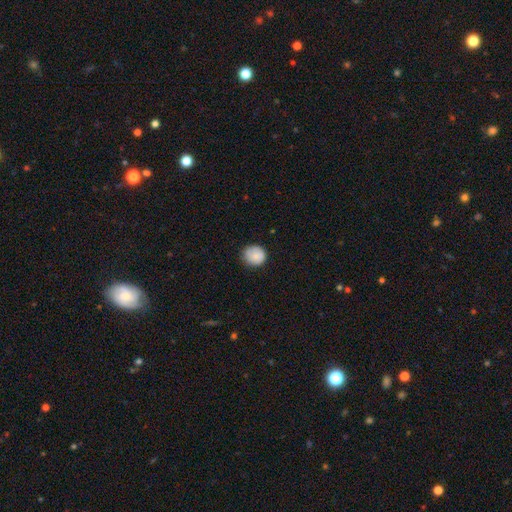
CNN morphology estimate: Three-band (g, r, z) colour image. It shows a smooth galaxy with no disk features (85%) that is round (85%). Merging: none (79%).